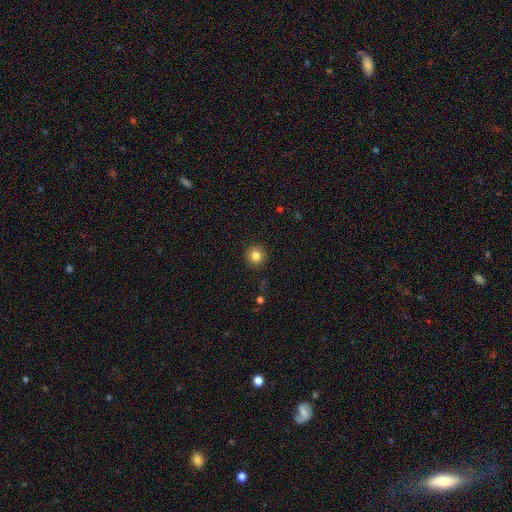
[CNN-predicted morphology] Smooth or featured: smooth — 83% (star or artifact — 11%)
How rounded: round — 94% (in between — 5%)
Merging: none — 92% (minor disturbance — 5%)